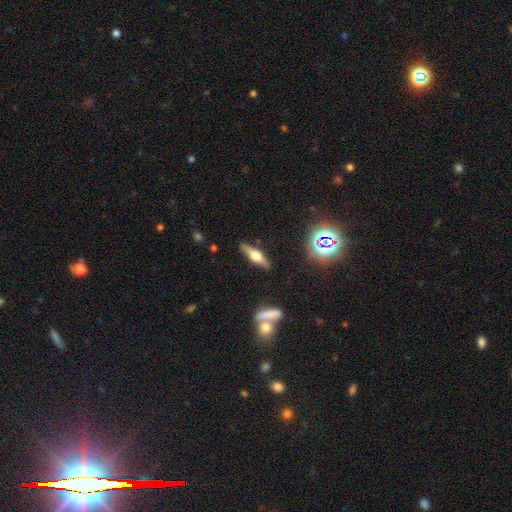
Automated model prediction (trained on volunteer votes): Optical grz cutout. It shows a featured or disk galaxy (59%) viewed edge-on (94%) with a rounded central bulge (91%). Merging: none (86%).